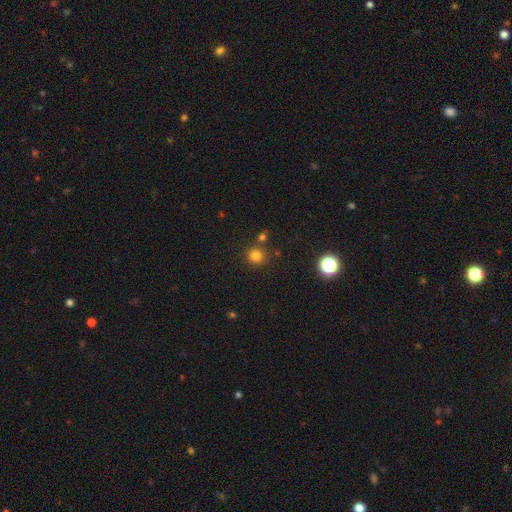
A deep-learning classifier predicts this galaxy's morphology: The model was most divided on "smooth or featured": smooth: 78%, star or artifact: 17%, featured or disk: 5%. More confident: how rounded — round (91%); merging — none (80%).